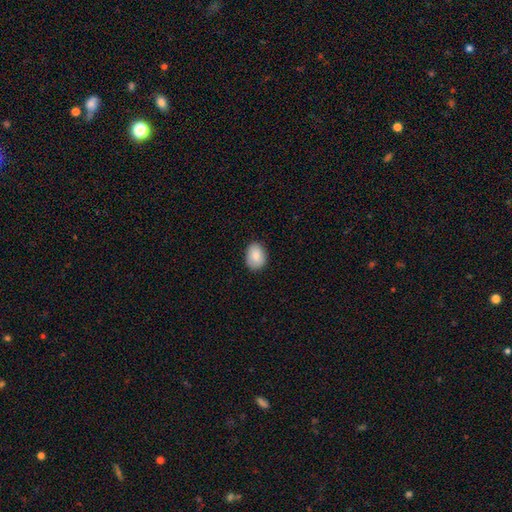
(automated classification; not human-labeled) smooth 85%, featured or disk 8%, star or artifact 7%. Down the decision tree: how rounded — in between (71%); merging — none (83%).